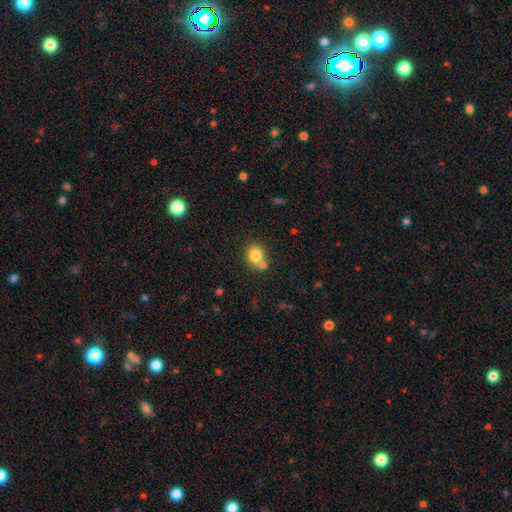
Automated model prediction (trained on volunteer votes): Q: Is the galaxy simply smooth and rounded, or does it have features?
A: smooth — 82%.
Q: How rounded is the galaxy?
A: round — 75%.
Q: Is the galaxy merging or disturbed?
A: none — 58%.